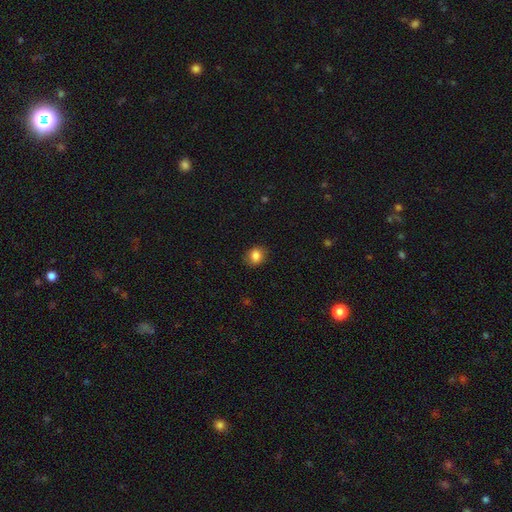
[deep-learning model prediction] smooth 84%, star or artifact 9%, featured or disk 7%. Down the decision tree: how rounded — round (57%); merging — none (84%).